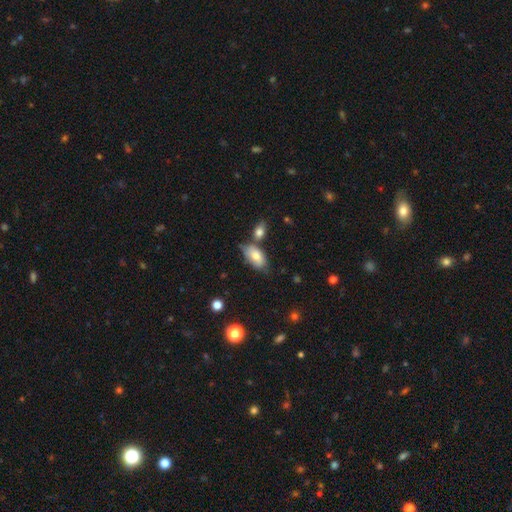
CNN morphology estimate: smooth 76%, featured or disk 17%, star or artifact 7%. Down the decision tree: how rounded — in between (92%); merging — none (51%).